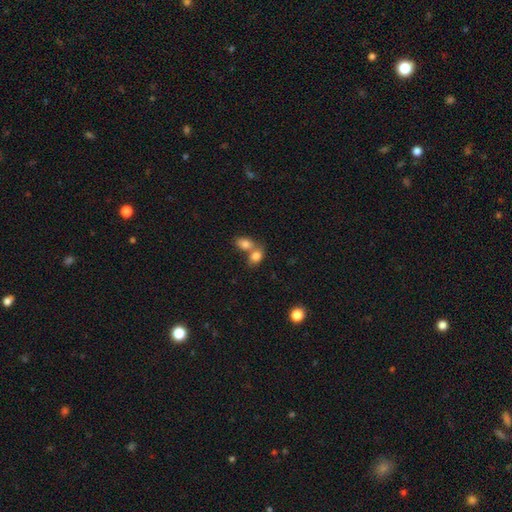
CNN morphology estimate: This is clearly a smooth galaxy (81%). How rounded: likely in between (76%). Merging: likely merger (61%).